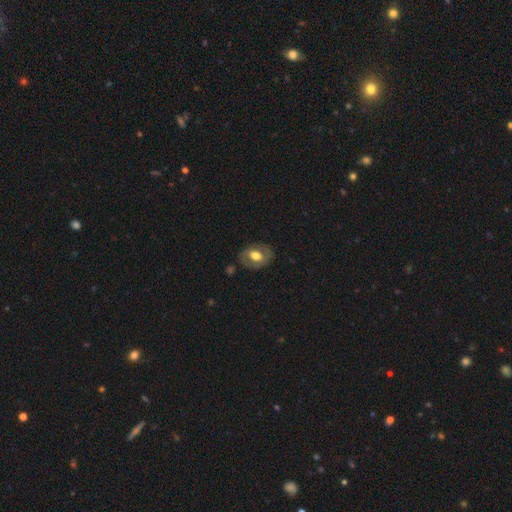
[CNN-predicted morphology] A smooth galaxy with no disk features (49%). Merging: none (76%).